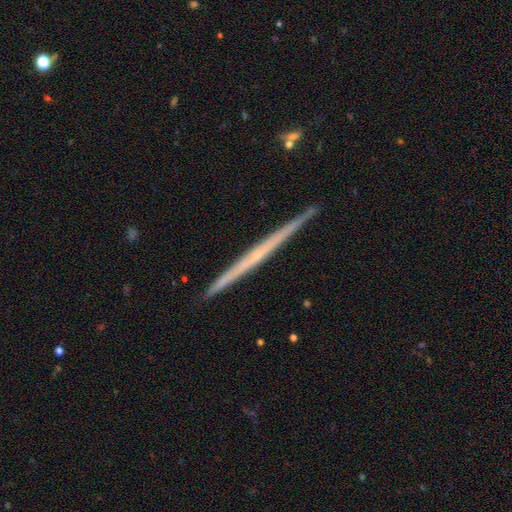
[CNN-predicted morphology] This is likely a featured or disk galaxy (69%). It is clearly viewed edge-on (98%). Edge-on bulge: likely none (78%). Merging: clearly none (92%).